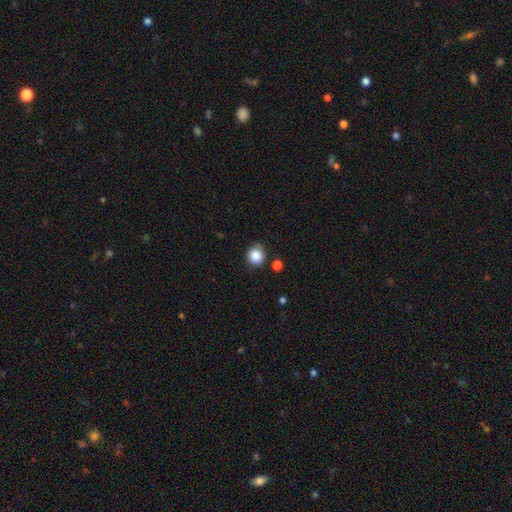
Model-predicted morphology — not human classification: This appears to be a smooth galaxy with no disk features (86%) that is round (86%). Merging: none (80%).